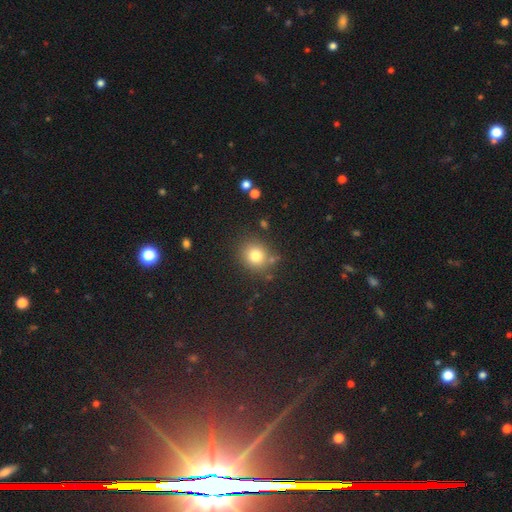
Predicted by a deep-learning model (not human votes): smooth 79%, star or artifact 13%, featured or disk 8%. Down the decision tree: how rounded — round (83%); merging — none (81%).